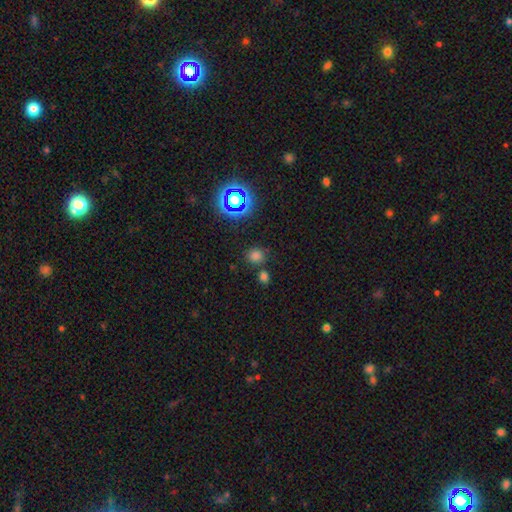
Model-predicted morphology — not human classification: Smooth or featured: smooth — 70% (star or artifact — 24%)
How rounded: round — 77% (in between — 22%)
Merging: none — 74% (merger — 13%)